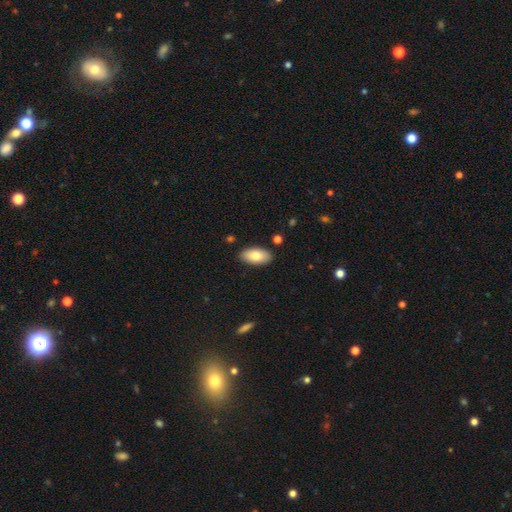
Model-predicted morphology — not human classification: type=smooth (81%); roundness=in between (93%); merging=none (88%).